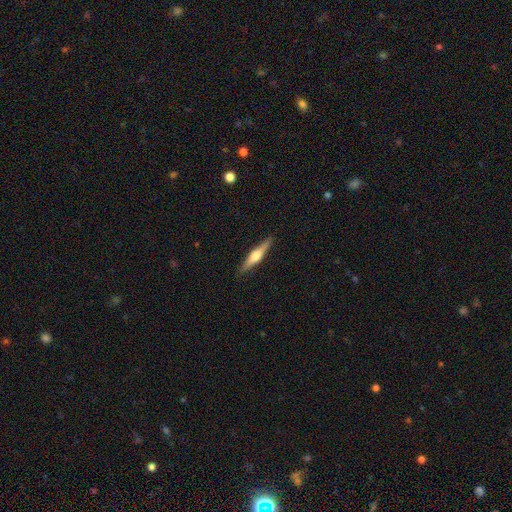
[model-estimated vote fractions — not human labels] A featured or disk galaxy (64%) viewed edge-on (97%) with a rounded central bulge (89%).

Vote fractions:
- Smooth or featured? featured or disk: 64% / smooth: 30% / star or artifact: 5%
- Edge-on disk? yes: 97% / no: 3%
- Edge-on bulge? rounded: 89% / boxy: 8% / none: 3%
- Merging? none: 90% / minor disturbance: 7% / major disturbance: 1% / merger: 1%